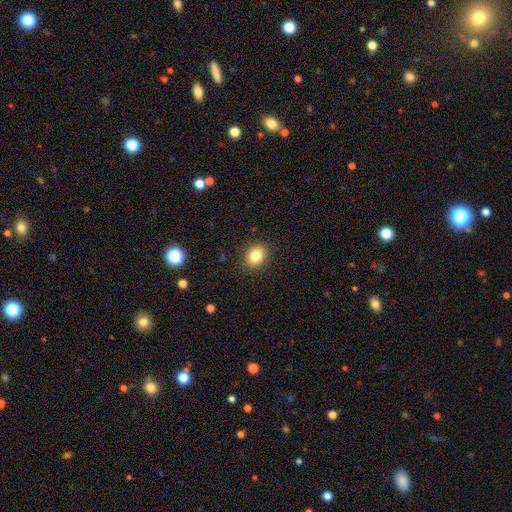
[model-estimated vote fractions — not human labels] Smooth or featured?
  - smooth: 83% *
  - star or artifact: 10%
  - featured or disk: 7%
How rounded?
  - in between: 53% *
  - round: 46%
  - cigar-shaped: 1%
Merging?
  - none: 89% *
  - minor disturbance: 8%
  - major disturbance: 2%
  - merger: 1%